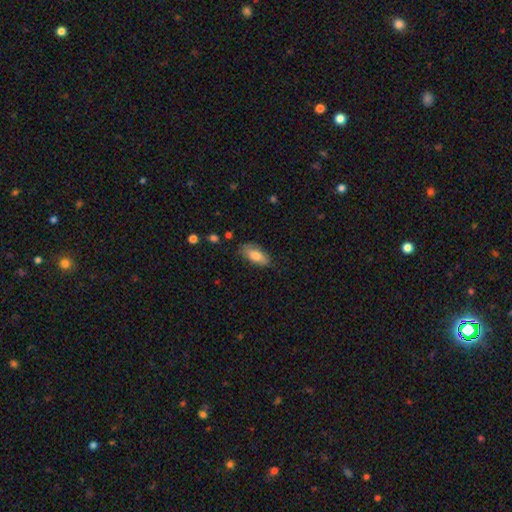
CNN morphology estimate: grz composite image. It shows a smooth galaxy with no disk features (77%) that is in between round and cigar-shaped (86%). Merging: none (74%).